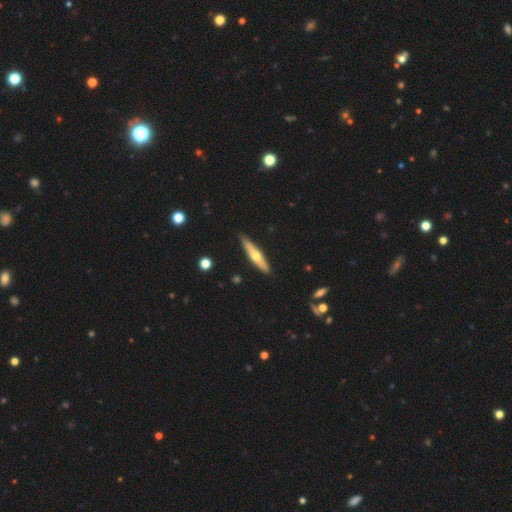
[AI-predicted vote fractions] smooth-or-featured: featured or disk: 52% | smooth: 43% | star or artifact: 5%
  disk-edge-on: yes: 90% | no: 10%
  merging: none: 88% | minor disturbance: 9% | major disturbance: 2% | merger: 1%